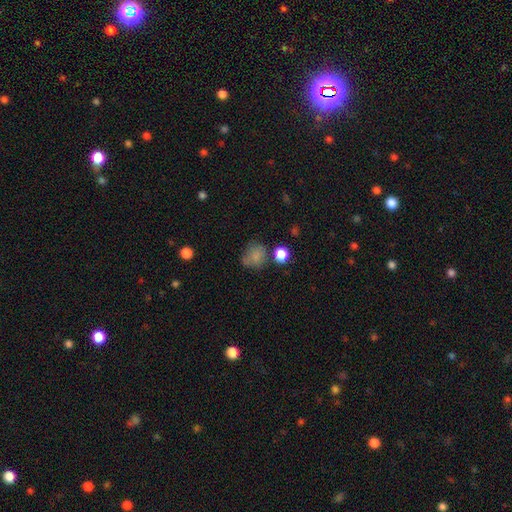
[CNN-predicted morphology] This appears to be a smooth galaxy with no disk features (79%) that is round (72%). Merging: none (58%).